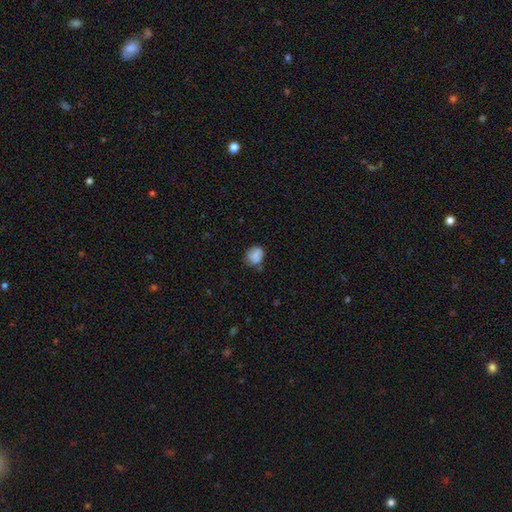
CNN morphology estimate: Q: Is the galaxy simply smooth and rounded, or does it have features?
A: smooth — 76%.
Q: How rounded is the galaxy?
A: round — 65%.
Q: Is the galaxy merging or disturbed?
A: none — 59%.